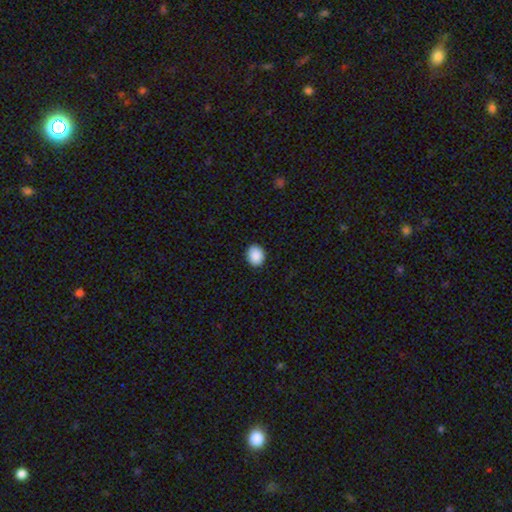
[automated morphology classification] A smooth galaxy with no disk features (90%) that is round (61%). Merging: none (91%).